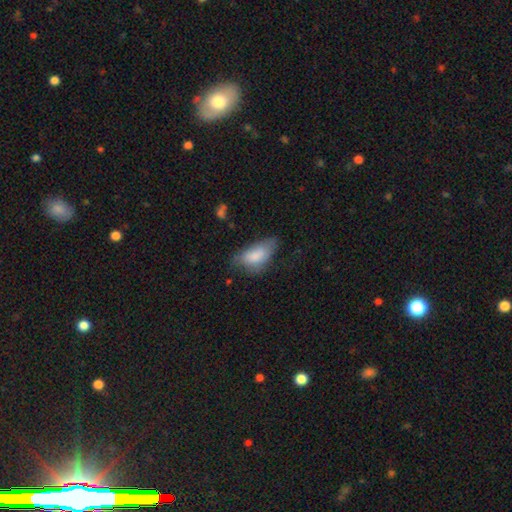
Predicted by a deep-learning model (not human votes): Smooth or featured: smooth — 79% (featured or disk — 14%)
How rounded: in between — 90% (cigar-shaped — 7%)
Merging: none — 47% (minor disturbance — 36%)